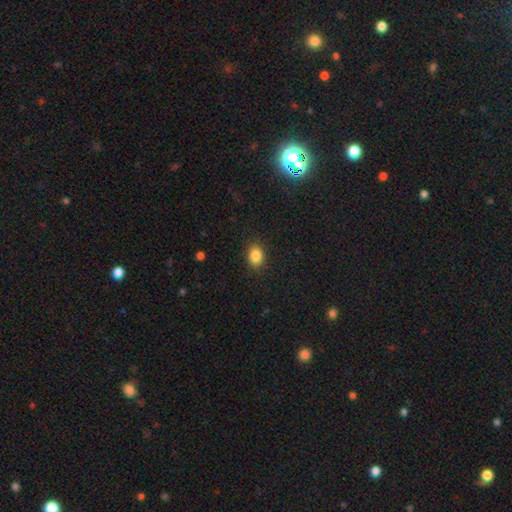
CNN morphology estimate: A smooth galaxy with no disk features (86%) that is in between round and cigar-shaped (62%). Merging: none (88%).